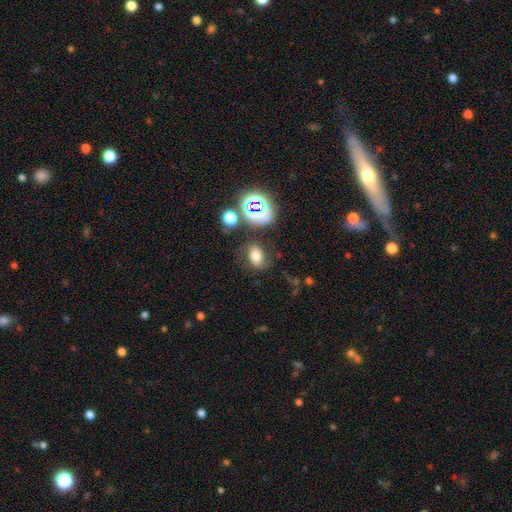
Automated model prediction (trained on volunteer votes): Smooth or featured? smooth (65%)
How rounded? in between (75%)
Merging? none (69%)